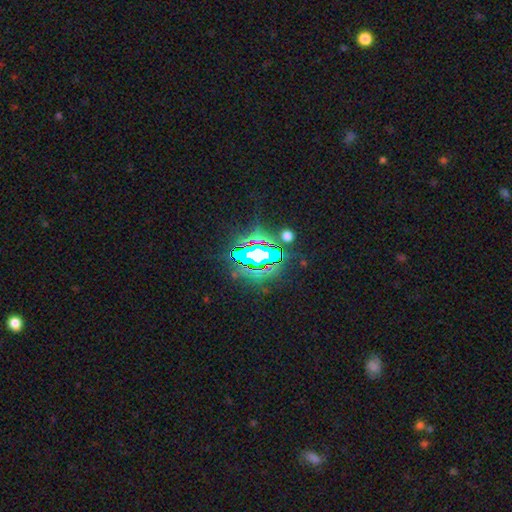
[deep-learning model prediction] Morphology: type=star or artifact (73%).